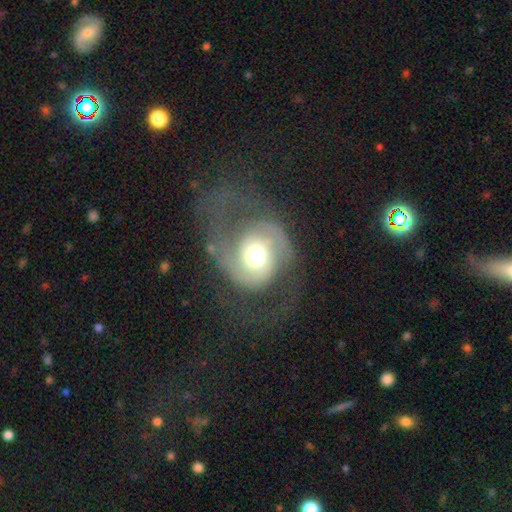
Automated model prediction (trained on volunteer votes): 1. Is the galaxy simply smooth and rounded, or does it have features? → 70% featured or disk, 23% smooth, 8% star or artifact.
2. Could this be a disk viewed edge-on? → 97% no, 3% yes.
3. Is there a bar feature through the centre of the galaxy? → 74% no, 20% weak, 5% strong.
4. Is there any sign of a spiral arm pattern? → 86% yes, 14% no.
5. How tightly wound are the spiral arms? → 41% medium, 36% loose, 23% tight.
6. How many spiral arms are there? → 69% 2, 14% 1, 10% can't tell, 3% 3, 2% 4, 2% more than 4.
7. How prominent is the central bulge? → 62% moderate, 25% large, 7% small, 5% dominant, 1% none.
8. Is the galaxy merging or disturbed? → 42% major disturbance, 40% none, 16% minor disturbance, 3% merger.